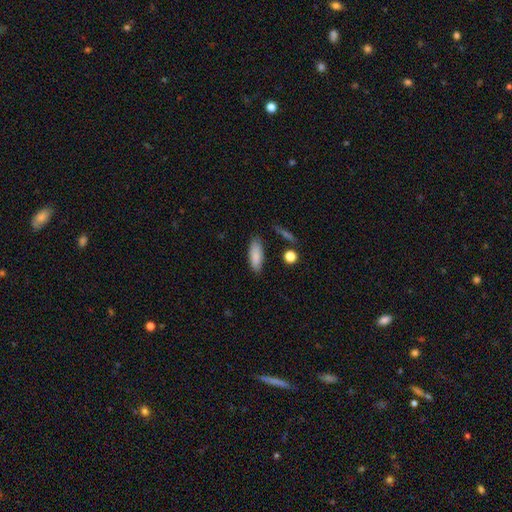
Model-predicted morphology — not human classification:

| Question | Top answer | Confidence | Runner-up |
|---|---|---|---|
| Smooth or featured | smooth | 86% | featured or disk (8%) |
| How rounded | in between | 69% | cigar-shaped (29%) |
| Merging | none | 82% | minor disturbance (13%) |